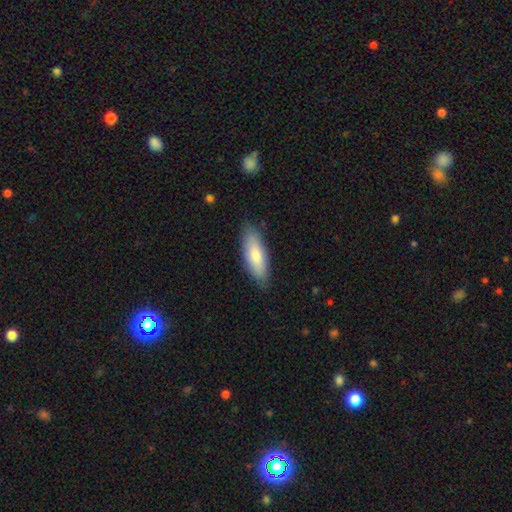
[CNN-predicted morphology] A smooth galaxy with no disk features (75%) that is in between round and cigar-shaped (68%).

Vote fractions:
- Smooth or featured? smooth: 75% / featured or disk: 19% / star or artifact: 6%
- How rounded? in between: 68% / cigar-shaped: 30% / round: 2%
- Merging? none: 83% / minor disturbance: 13% / major disturbance: 3% / merger: 1%